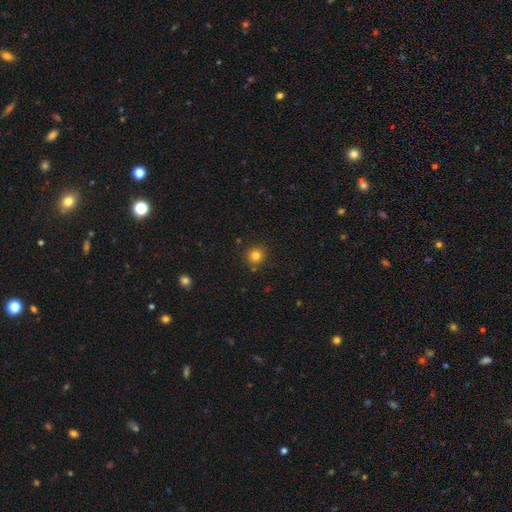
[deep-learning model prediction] A smooth galaxy with no disk features (82%) that is round (93%). Merging: none (88%).